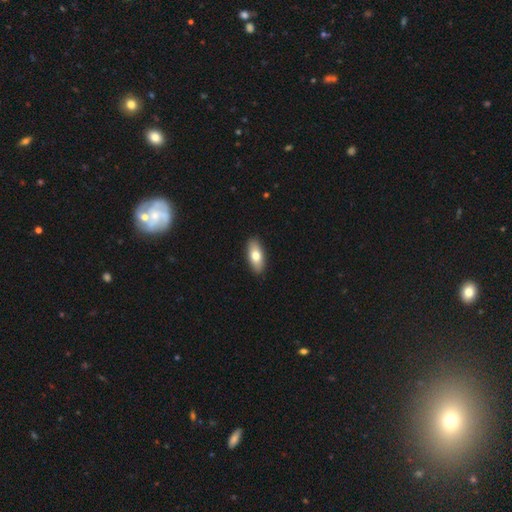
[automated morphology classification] Overall: smooth (73%). How rounded: in between (84%). Merging: none (90%).